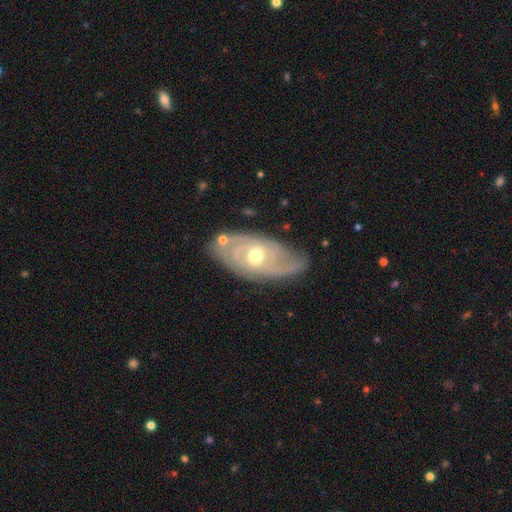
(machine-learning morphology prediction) type=featured or disk (83%); edge-on=no (93%); bar=no (57%); spiral arms=yes (92%); winding=tight (62%); arm count=2 (39%); bulge=moderate (65%); merging=none (73%).